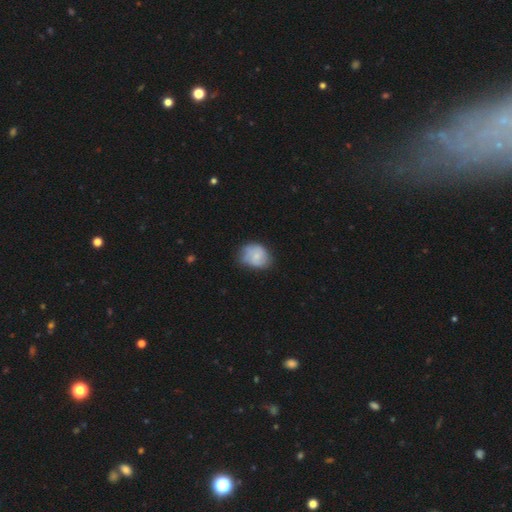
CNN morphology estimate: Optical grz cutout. It shows a smooth galaxy with no disk features (57%) that is round (52%). Merging: none (57%).